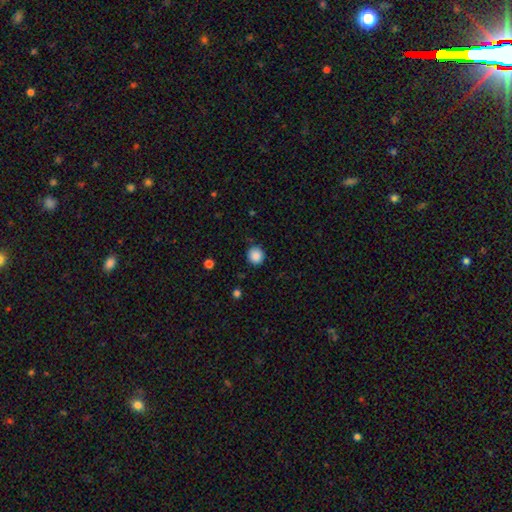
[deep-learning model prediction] A smooth galaxy with no disk features (88%) that is round (93%). Merging: none (87%).